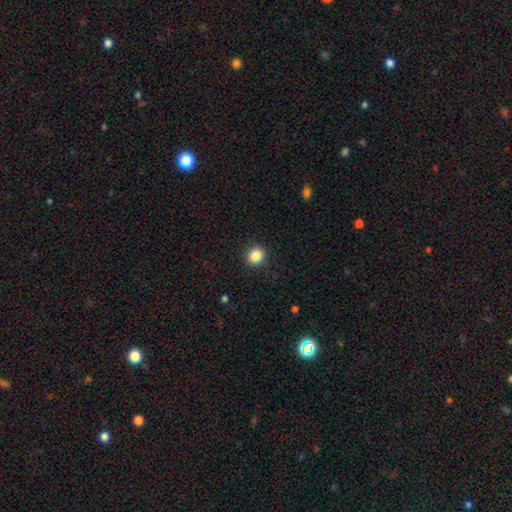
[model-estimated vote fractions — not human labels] smooth 86%, star or artifact 10%, featured or disk 4%. Down the decision tree: how rounded — round (85%); merging — none (92%).